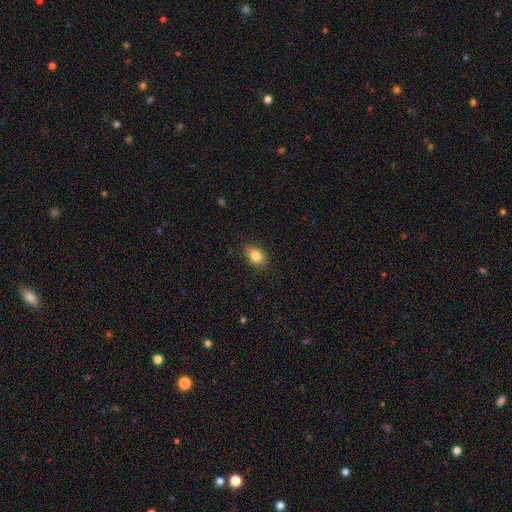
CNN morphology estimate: Smooth or featured? smooth (83%)
How rounded? in between (63%)
Merging? none (77%)